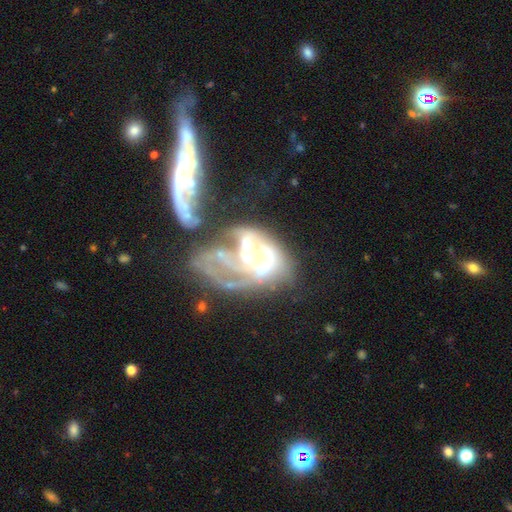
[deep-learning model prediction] Smooth or featured: featured or disk — 75% (smooth — 15%)
Edge-on disk: no — 97% (yes — 3%)
Bar: no — 77% (weak — 17%)
Spiral arms: yes — 54% (no — 46%)
Bulge size: small — 37% (moderate — 31%)
Merging: merger — 54% (major disturbance — 30%)